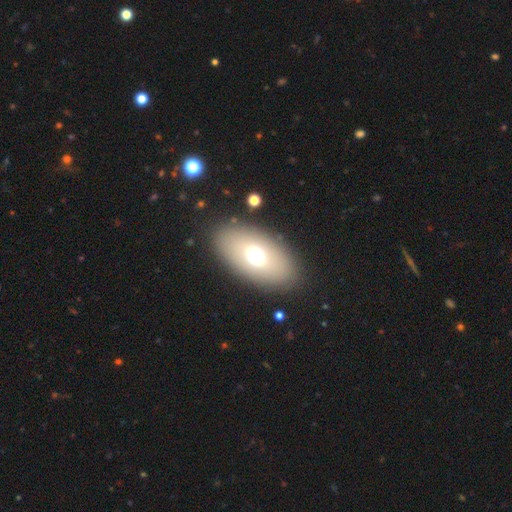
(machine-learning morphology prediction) type=smooth (64%); roundness=in between (87%); merging=none (85%).